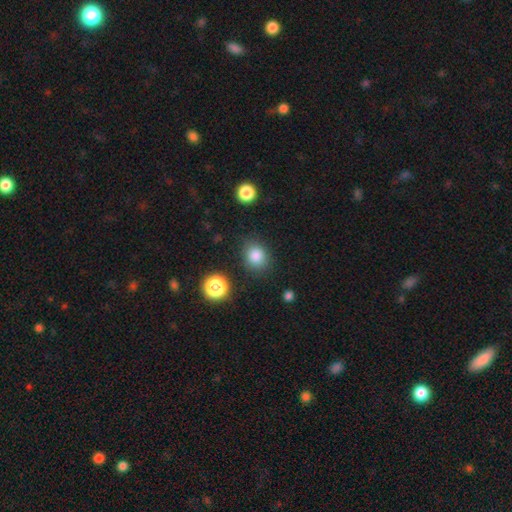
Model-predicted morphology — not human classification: Smooth or featured: smooth — 84% (star or artifact — 11%)
How rounded: round — 60% (in between — 39%)
Merging: none — 81% (minor disturbance — 12%)